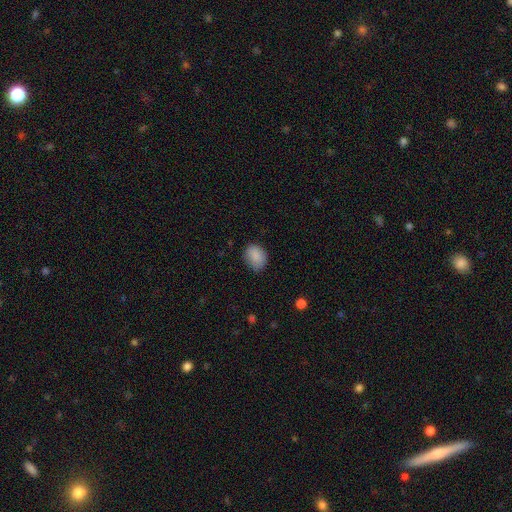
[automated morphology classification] A smooth galaxy with no disk features (87%) that is in between round and cigar-shaped (60%).

Vote fractions:
- Smooth or featured? smooth: 87% / star or artifact: 8% / featured or disk: 4%
- How rounded? in between: 60% / round: 39% / cigar-shaped: 1%
- Merging? none: 75% / minor disturbance: 20% / major disturbance: 4% / merger: 1%